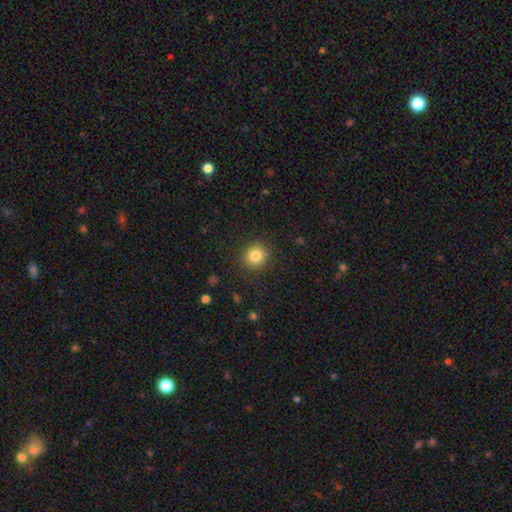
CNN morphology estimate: A smooth galaxy with no disk features (83%) that is round (87%). Merging: none (88%).